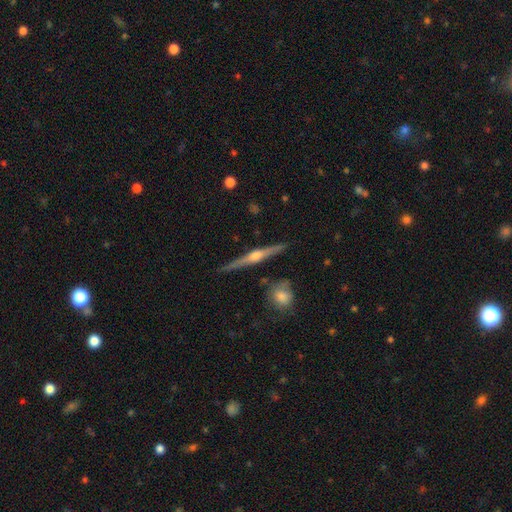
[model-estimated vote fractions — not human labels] smooth_or_featured: featured or disk (p=0.80) [alt: smooth p=0.14]
disk_edge_on: yes (p=0.98) [alt: no p=0.02]
edge_on_bulge: rounded (p=0.92) [alt: boxy p=0.04]
merging: none (p=0.88) [alt: minor disturbance p=0.08]